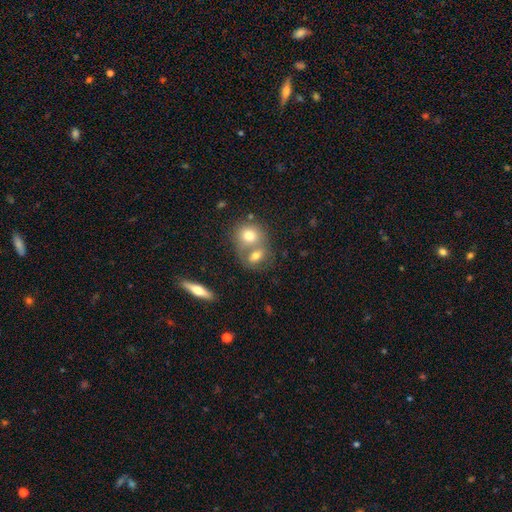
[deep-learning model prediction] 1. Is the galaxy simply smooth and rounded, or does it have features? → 69% smooth, 21% featured or disk, 11% star or artifact.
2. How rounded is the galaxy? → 52% in between, 45% round, 3% cigar-shaped.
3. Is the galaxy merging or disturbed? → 58% merger, 30% none, 8% minor disturbance, 4% major disturbance.